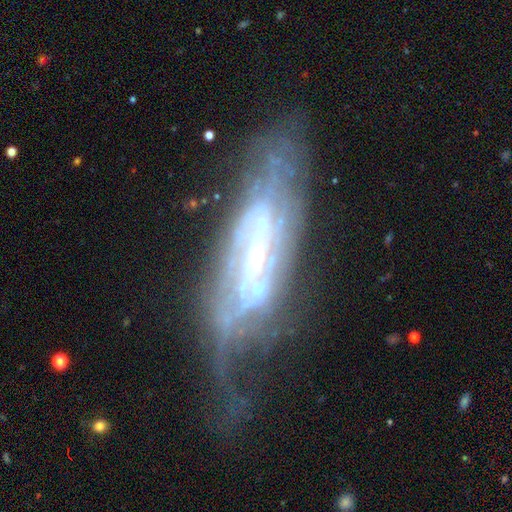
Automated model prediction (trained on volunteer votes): smooth-or-featured: featured or disk: 83% | smooth: 9% | star or artifact: 8%
  disk-edge-on: no: 78% | yes: 22%
    bar: strong: 40% | weak: 31% | no: 29%
    has-spiral-arms: yes: 85% | no: 15%
      spiral-winding: tight: 52% | medium: 33% | loose: 15%
      spiral-arm-count: can't tell: 43% | 2: 33% | 3: 9% | 4: 6% | 1: 5% | more than 4: 5%
    bulge-size: small: 74% | moderate: 19% | none: 4% | large: 2% | dominant: 1%
  merging: none: 46% | major disturbance: 25% | minor disturbance: 25% | merger: 4%